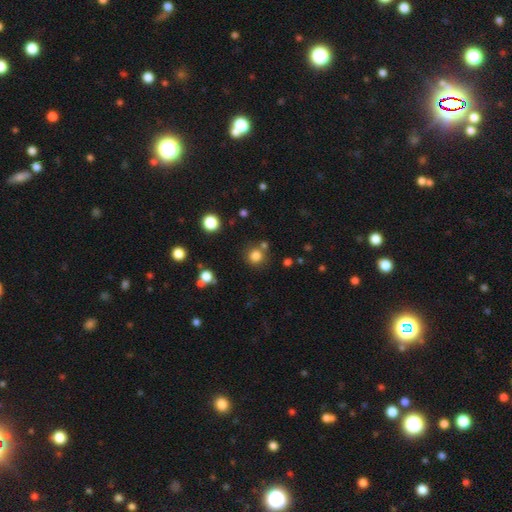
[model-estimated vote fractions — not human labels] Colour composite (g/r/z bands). It shows a smooth galaxy with no disk features (80%) that is round (92%). Merging: none (77%).